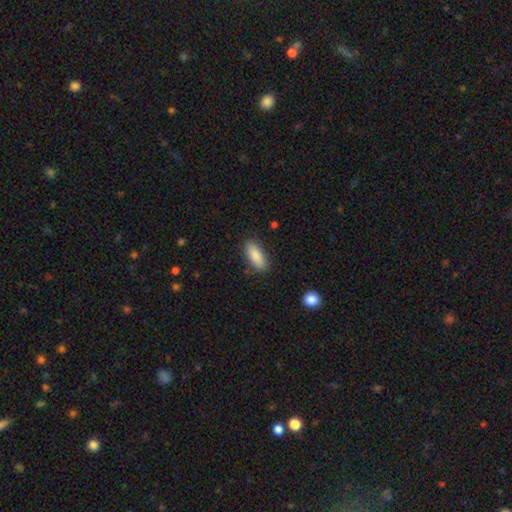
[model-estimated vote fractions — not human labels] A smooth galaxy with no disk features (88%) that is in between round and cigar-shaped (77%). Merging: none (85%).